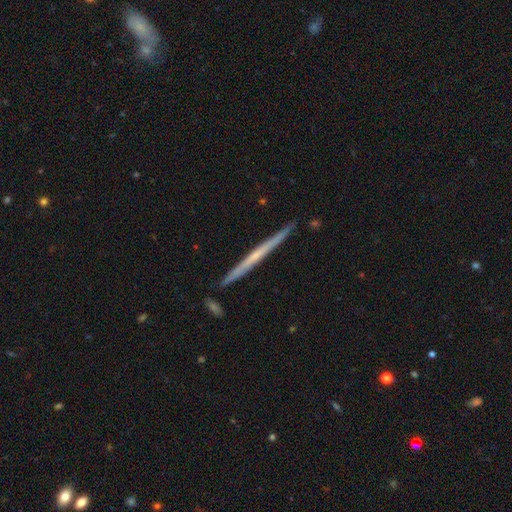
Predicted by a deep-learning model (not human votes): A featured or disk galaxy (68%) viewed edge-on (98%) with no central bulge (71%).

Vote fractions:
- Smooth or featured? featured or disk: 68% / smooth: 27% / star or artifact: 5%
- Edge-on disk? yes: 98% / no: 2%
- Edge-on bulge? none: 71% / rounded: 25% / boxy: 5%
- Merging? none: 89% / minor disturbance: 8% / merger: 2% / major disturbance: 1%